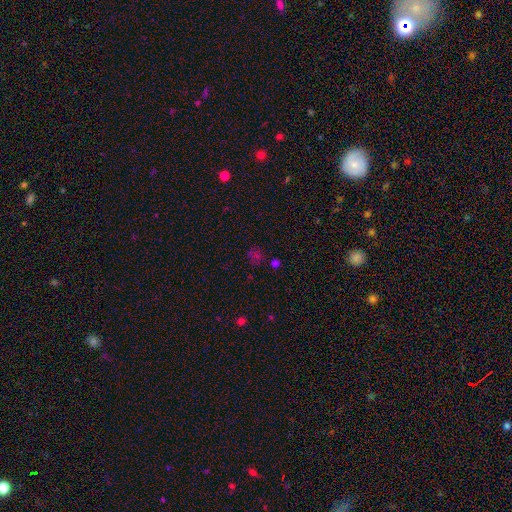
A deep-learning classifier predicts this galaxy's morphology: This appears to be a smooth galaxy with no disk features (54%) that is round (79%). Merging: none (72%).